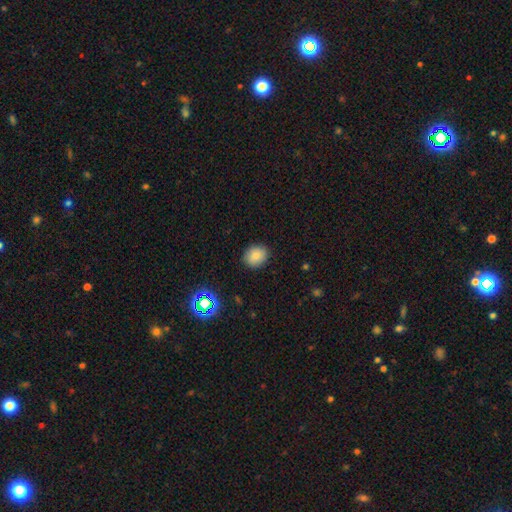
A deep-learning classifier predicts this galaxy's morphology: Q: Smooth or featured?
A: smooth (82%); runner-up: star or artifact (11%)
Q: How rounded?
A: round (62%); runner-up: in between (37%)
Q: Merging?
A: none (88%); runner-up: minor disturbance (9%)